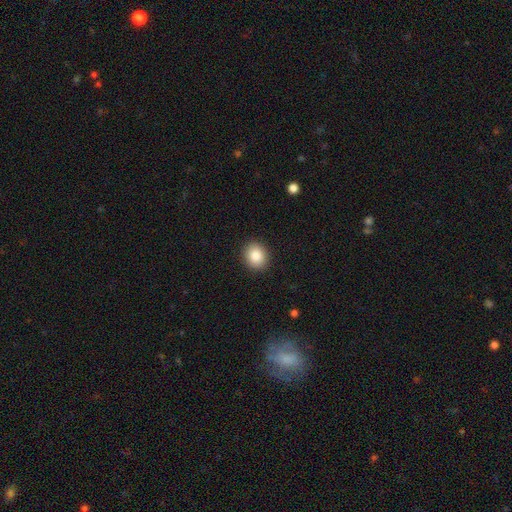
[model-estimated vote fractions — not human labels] Overall: smooth (86%). How rounded: round (71%). Merging: none (91%).